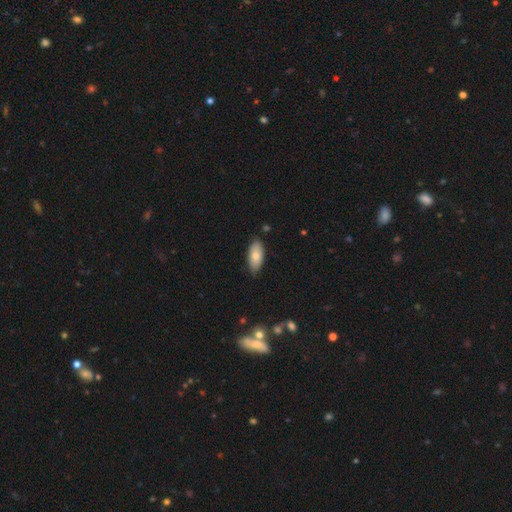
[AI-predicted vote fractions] Morphology: type=smooth (78%); roundness=in between (90%); merging=none (82%).